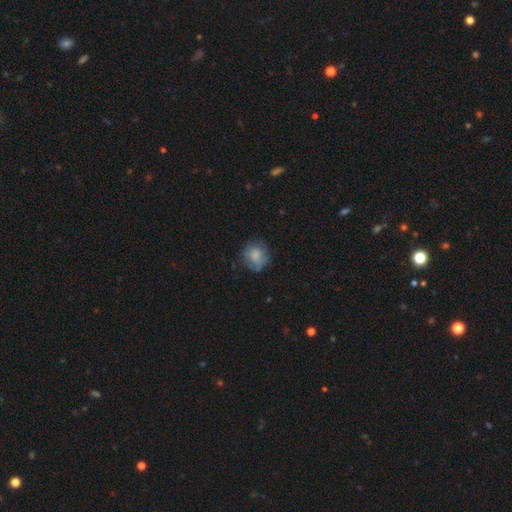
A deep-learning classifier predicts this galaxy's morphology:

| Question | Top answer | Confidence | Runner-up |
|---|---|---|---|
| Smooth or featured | smooth | 70% | featured or disk (21%) |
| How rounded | round | 80% | in between (19%) |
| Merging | none | 64% | minor disturbance (24%) |